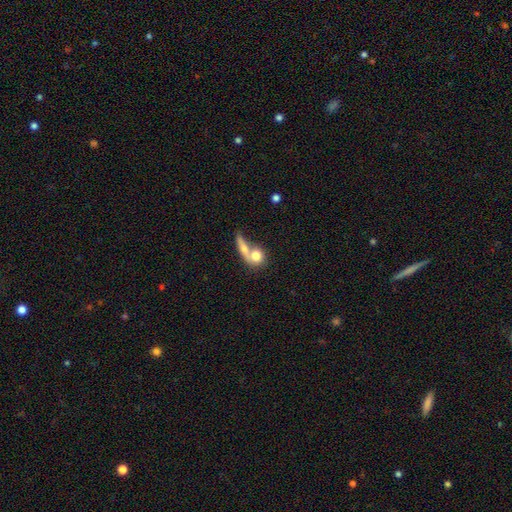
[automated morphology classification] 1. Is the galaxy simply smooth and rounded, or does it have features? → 74% smooth, 19% featured or disk, 7% star or artifact.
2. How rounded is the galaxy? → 60% round, 30% in between, 10% cigar-shaped.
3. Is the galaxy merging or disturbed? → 56% merger, 28% none, 8% minor disturbance, 8% major disturbance.